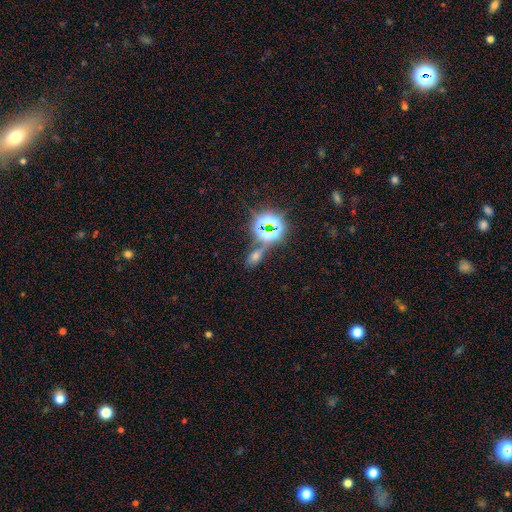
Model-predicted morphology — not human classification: The model was most divided on "smooth or featured": star or artifact: 50%, smooth: 39%, featured or disk: 11%.